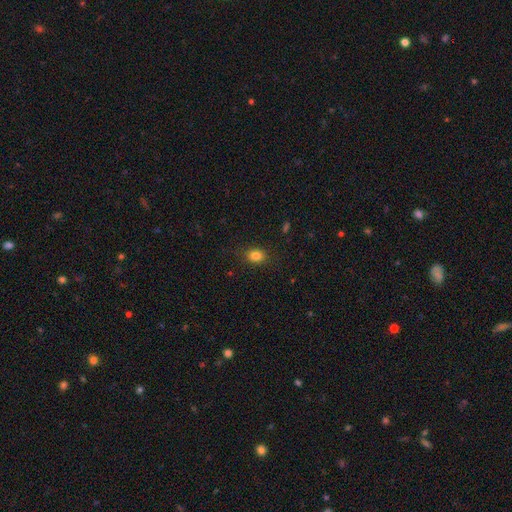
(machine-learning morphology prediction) smooth_or_featured: smooth (p=0.83) [alt: star or artifact p=0.11]
how_rounded: in between (p=0.57) [alt: round p=0.42]
merging: none (p=0.86) [alt: minor disturbance p=0.10]